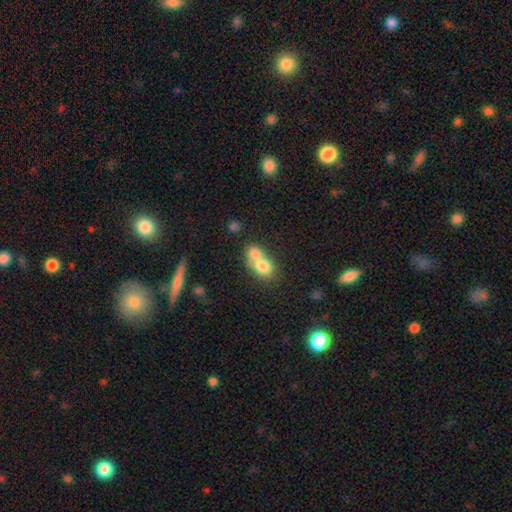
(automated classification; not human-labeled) Overall: smooth (71%). How rounded: round (53%; in between 44%). Merging: merger (67%).